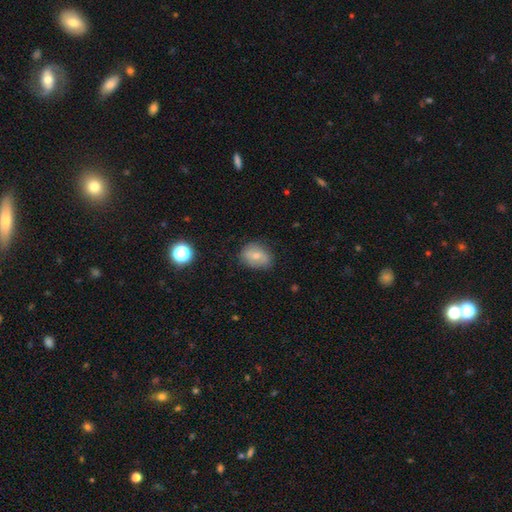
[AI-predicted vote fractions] The model was most divided on "how rounded": in between: 63%, round: 35%, cigar-shaped: 1%. More confident: merging — none (74%); smooth or featured — smooth (63%).